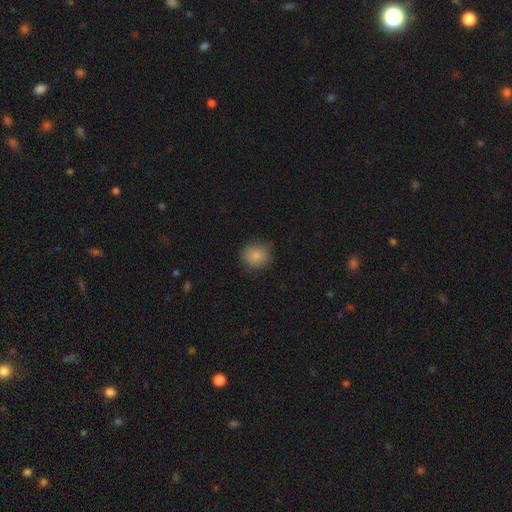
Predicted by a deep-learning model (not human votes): smooth 82%, star or artifact 9%, featured or disk 9%. Down the decision tree: how rounded — round (84%); merging — none (79%).